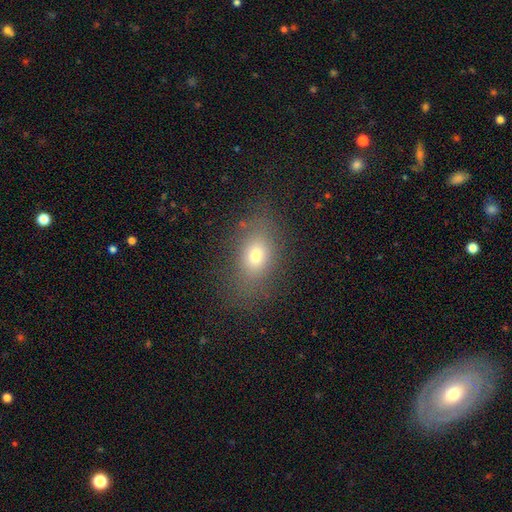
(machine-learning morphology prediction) Q: Smooth or featured?
A: smooth (71%); runner-up: star or artifact (15%)
Q: How rounded?
A: in between (75%); runner-up: round (23%)
Q: Merging?
A: none (78%); runner-up: minor disturbance (14%)